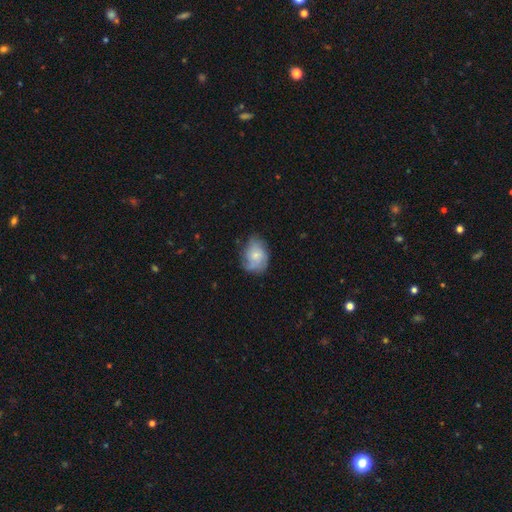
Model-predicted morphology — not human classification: Q: Smooth or featured?
A: smooth (49%); runner-up: featured or disk (43%)
Q: Merging?
A: none (61%); runner-up: minor disturbance (27%)